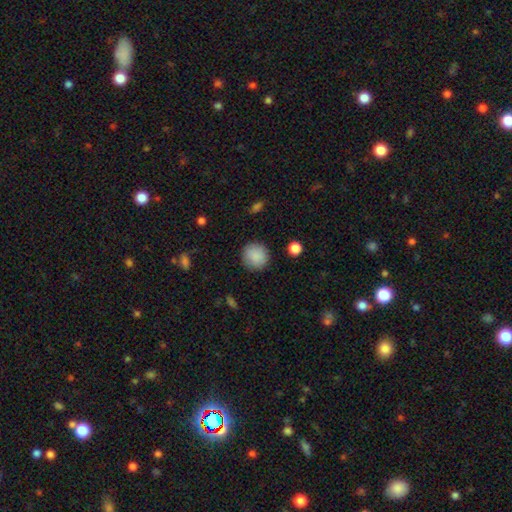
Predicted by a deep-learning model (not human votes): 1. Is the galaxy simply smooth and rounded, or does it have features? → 89% smooth, 8% star or artifact, 4% featured or disk.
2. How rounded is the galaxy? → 92% round, 7% in between, 1% cigar-shaped.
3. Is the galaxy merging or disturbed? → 88% none, 8% minor disturbance, 3% major disturbance, 1% merger.